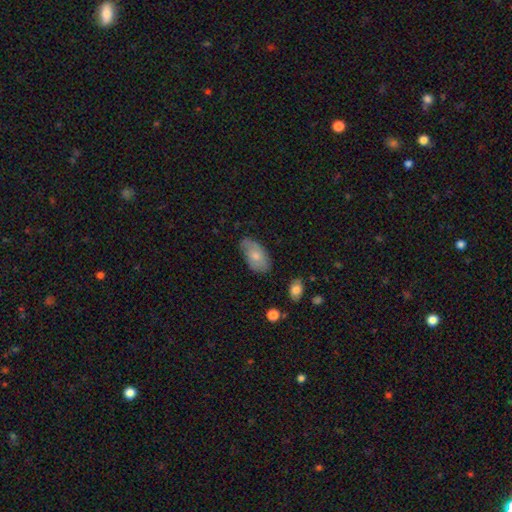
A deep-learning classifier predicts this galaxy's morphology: smooth_or_featured: smooth (p=0.68) [alt: featured or disk p=0.25]
how_rounded: in between (p=0.93) [alt: round p=0.05]
merging: none (p=0.63) [alt: minor disturbance p=0.29]